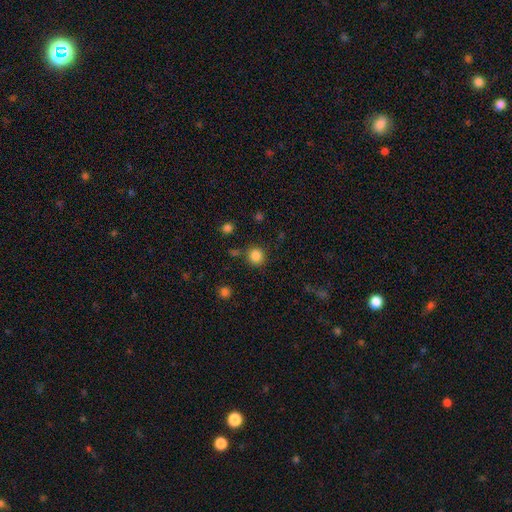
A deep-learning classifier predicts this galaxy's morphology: type=smooth (85%); roundness=round (90%); merging=none (83%).